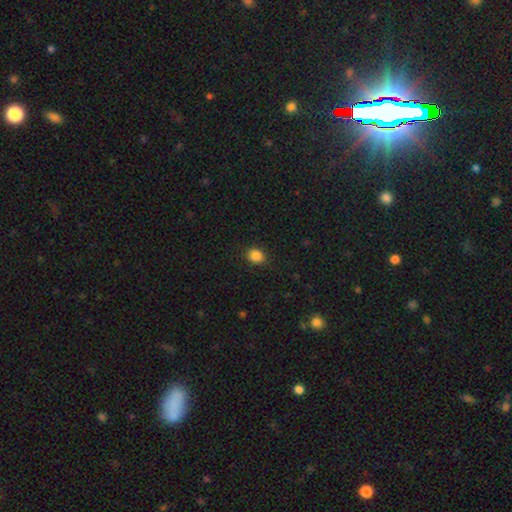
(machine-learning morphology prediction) Smooth or featured?
  - smooth: 86% *
  - star or artifact: 11%
  - featured or disk: 3%
How rounded?
  - round: 56% *
  - in between: 43%
  - cigar-shaped: 1%
Merging?
  - none: 85% *
  - minor disturbance: 11%
  - major disturbance: 3%
  - merger: 1%